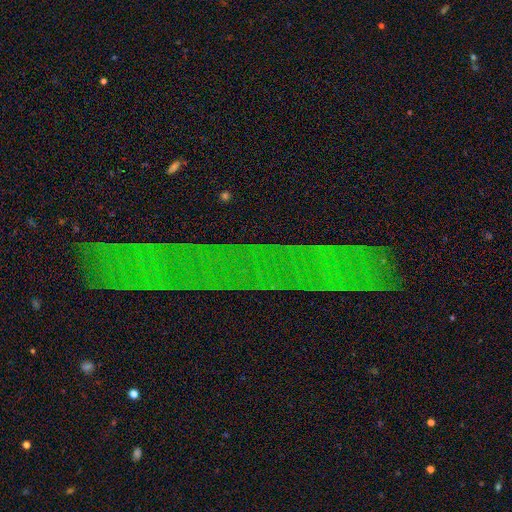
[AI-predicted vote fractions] Smooth or featured? star or artifact (73%)